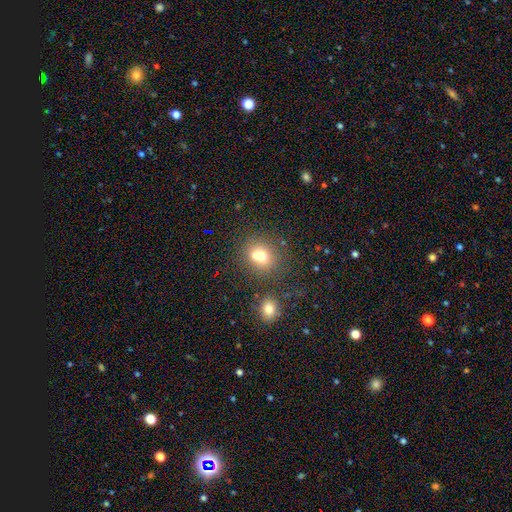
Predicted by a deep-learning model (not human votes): This appears to be a smooth galaxy with no disk features (68%) that is round (70%). Merging: none (45%).